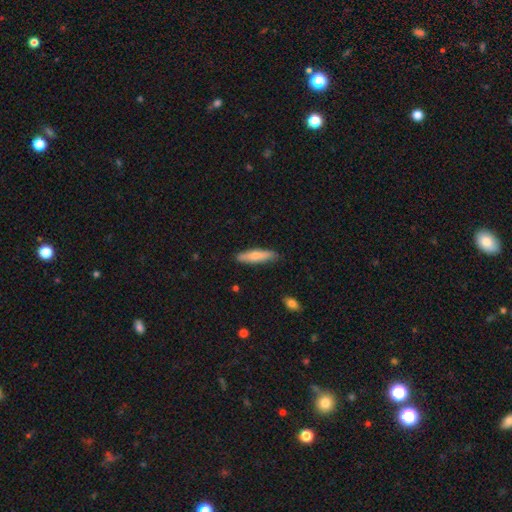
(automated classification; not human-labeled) Smooth or featured? smooth (74%)
How rounded? cigar-shaped (76%)
Merging? none (85%)